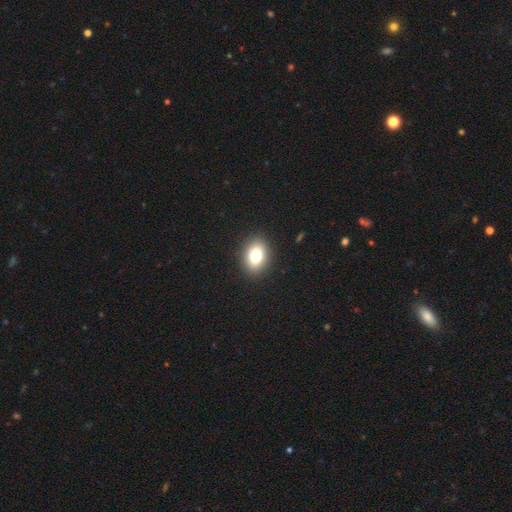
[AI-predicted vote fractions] smooth 79%, featured or disk 10%, star or artifact 10%. Down the decision tree: how rounded — in between (73%); merging — none (90%).